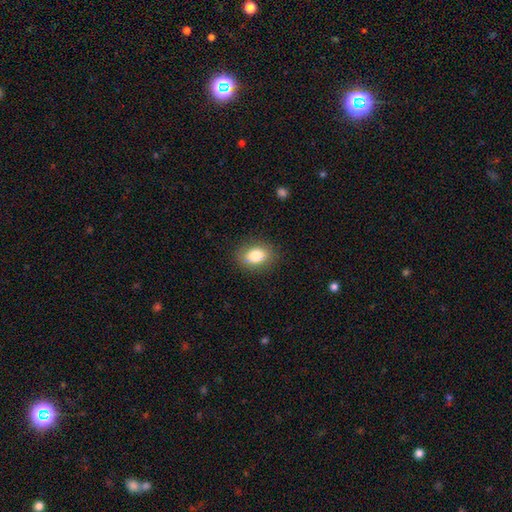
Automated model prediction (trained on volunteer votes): Morphology: type=smooth (80%); roundness=in between (73%); merging=none (84%).